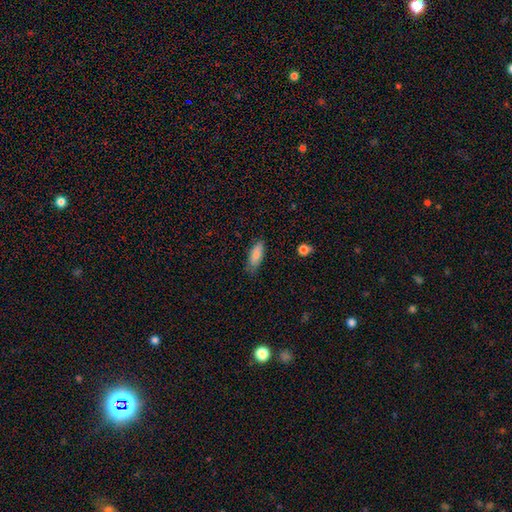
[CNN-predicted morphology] Smooth or featured: smooth — 83% (featured or disk — 10%)
How rounded: in between — 68% (cigar-shaped — 30%)
Merging: none — 78% (minor disturbance — 18%)